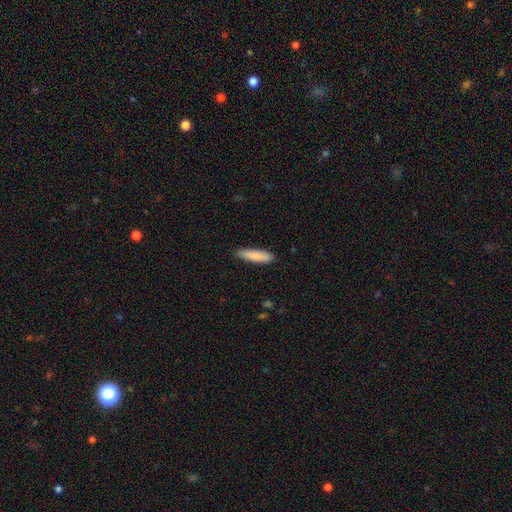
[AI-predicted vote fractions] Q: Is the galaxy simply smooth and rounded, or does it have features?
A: smooth — 85%.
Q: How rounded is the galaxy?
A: cigar-shaped — 72%.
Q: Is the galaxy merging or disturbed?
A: none — 87%.